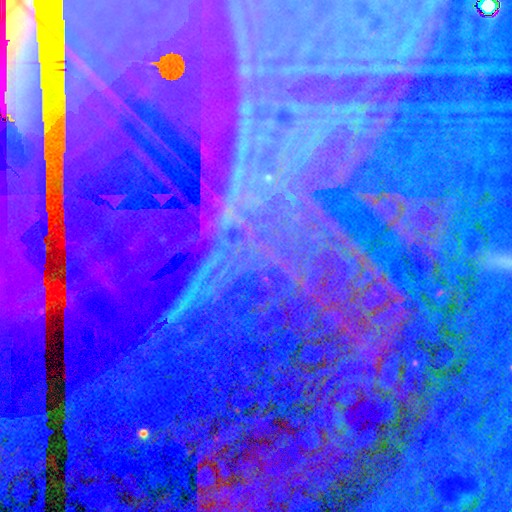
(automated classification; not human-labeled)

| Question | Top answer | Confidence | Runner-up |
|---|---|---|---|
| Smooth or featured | star or artifact | 89% | featured or disk (6%) |